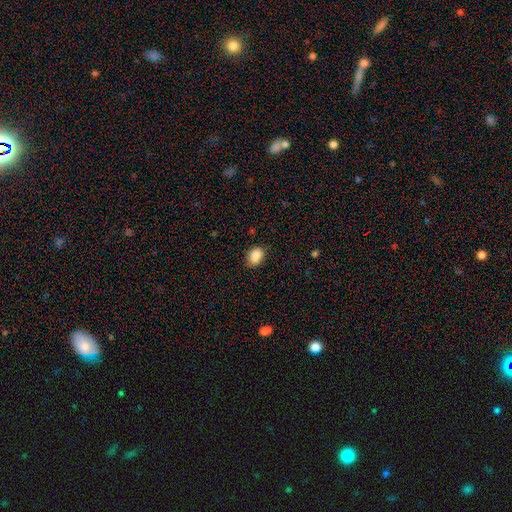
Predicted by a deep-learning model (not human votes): smooth_or_featured: smooth (p=0.87) [alt: star or artifact p=0.08]
how_rounded: in between (p=0.70) [alt: round p=0.29]
merging: none (p=0.73) [alt: minor disturbance p=0.21]